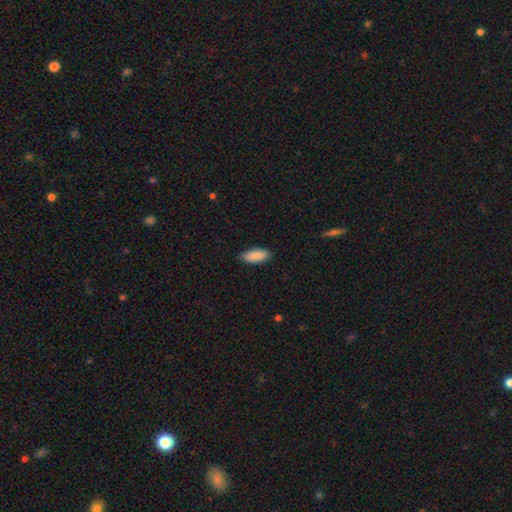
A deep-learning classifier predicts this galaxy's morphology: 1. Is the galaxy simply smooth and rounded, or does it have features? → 89% smooth, 6% star or artifact, 5% featured or disk.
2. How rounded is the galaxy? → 81% in between, 18% cigar-shaped, 2% round.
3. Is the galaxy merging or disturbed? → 86% none, 11% minor disturbance, 2% major disturbance, 1% merger.